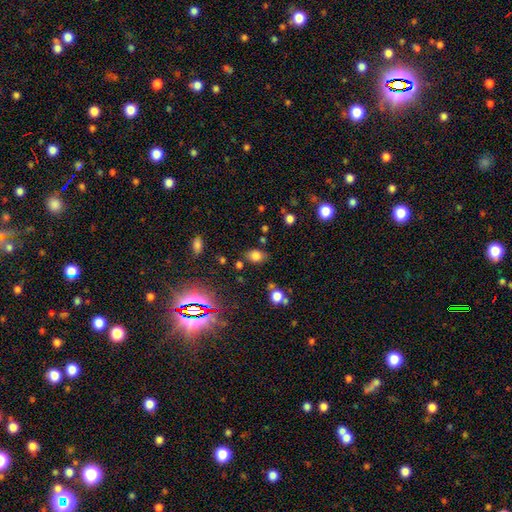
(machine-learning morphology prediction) smooth-or-featured: smooth: 77% | star or artifact: 15% | featured or disk: 8%
  how-rounded: in between: 74% | round: 25% | cigar-shaped: 1%
  merging: none: 75% | minor disturbance: 16% | merger: 5% | major disturbance: 5%